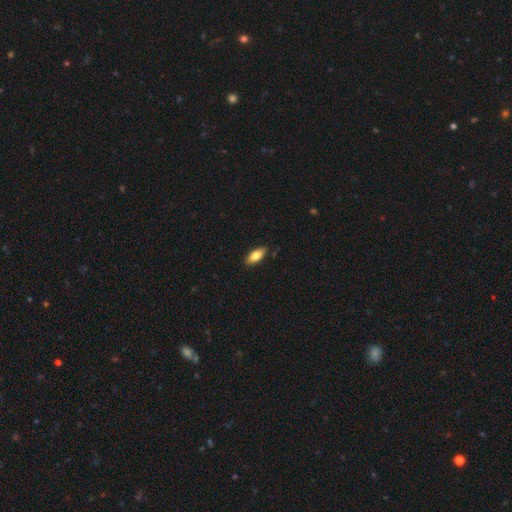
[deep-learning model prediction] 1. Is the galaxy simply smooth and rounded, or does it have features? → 76% smooth, 18% featured or disk, 6% star or artifact.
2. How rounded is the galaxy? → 78% in between, 20% cigar-shaped, 2% round.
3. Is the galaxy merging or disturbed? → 87% none, 10% minor disturbance, 2% major disturbance, 1% merger.